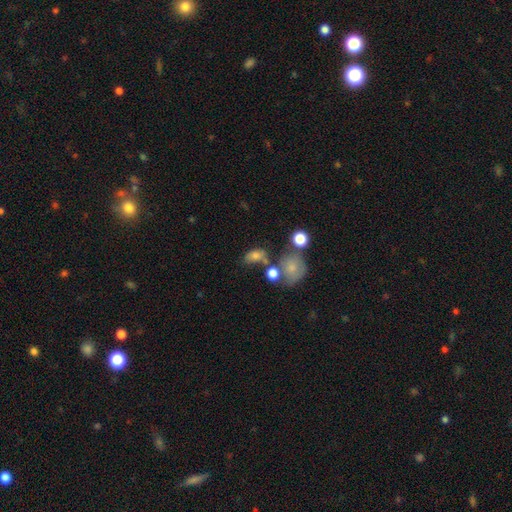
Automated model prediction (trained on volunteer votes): This appears to be a smooth galaxy with no disk features (72%) that is in between round and cigar-shaped (75%). Merging: none (46%).